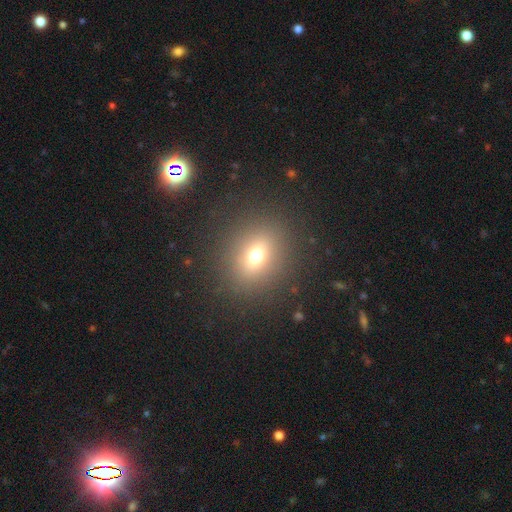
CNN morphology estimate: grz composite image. It shows a smooth galaxy with no disk features (68%) that is round (61%). Merging: none (86%).